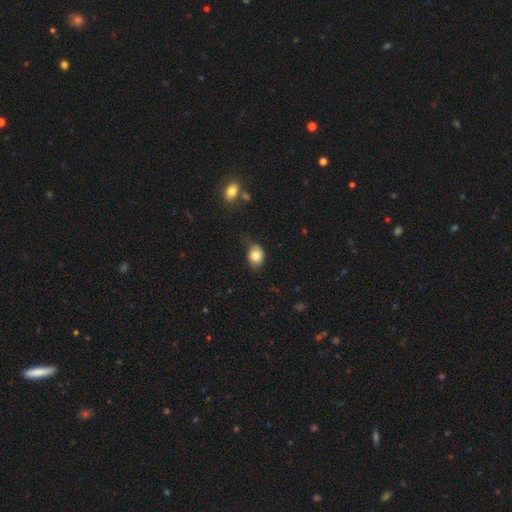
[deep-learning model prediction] This appears to be a smooth galaxy with no disk features (80%) that is in between round and cigar-shaped (60%). Merging: none (64%).